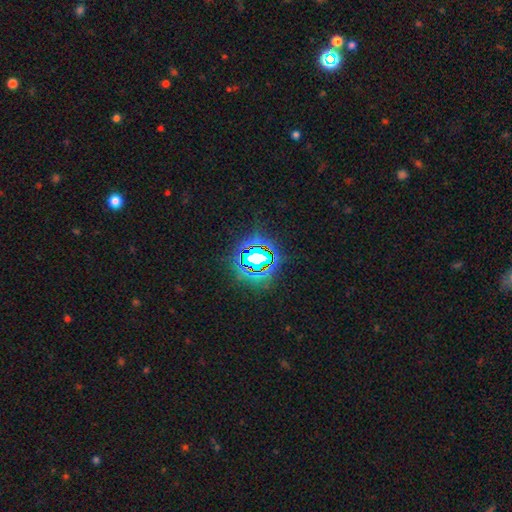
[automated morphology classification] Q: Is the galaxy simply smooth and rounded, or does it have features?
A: star or artifact — 75%.